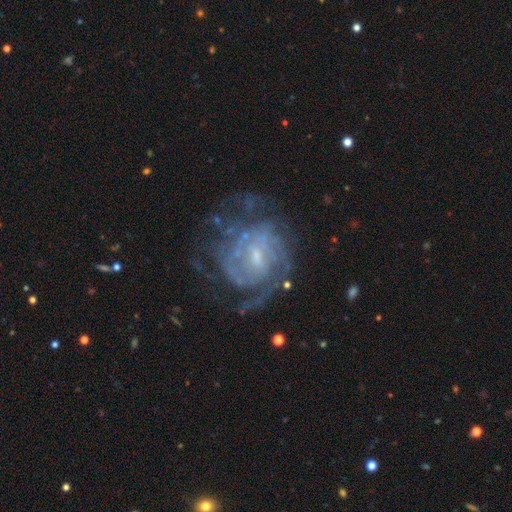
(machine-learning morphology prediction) smooth-or-featured: featured or disk: 81% | star or artifact: 10% | smooth: 9%
  disk-edge-on: no: 97% | yes: 3%
    bar: weak: 51% | no: 35% | strong: 14%
    has-spiral-arms: yes: 88% | no: 12%
      spiral-winding: tight: 58% | medium: 32% | loose: 10%
      spiral-arm-count: can't tell: 46% | 2: 21% | 3: 13% | 4: 8% | 1: 6% | more than 4: 6%
    bulge-size: small: 62% | moderate: 25% | none: 10% | large: 2% | dominant: 1%
  merging: none: 63% | major disturbance: 18% | minor disturbance: 17% | merger: 2%